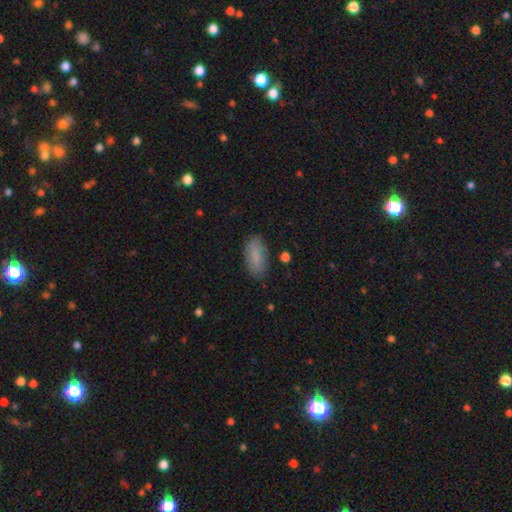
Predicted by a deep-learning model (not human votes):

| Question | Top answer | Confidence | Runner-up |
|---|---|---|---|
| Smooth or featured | smooth | 85% | featured or disk (9%) |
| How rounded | in between | 87% | cigar-shaped (11%) |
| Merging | none | 83% | minor disturbance (13%) |